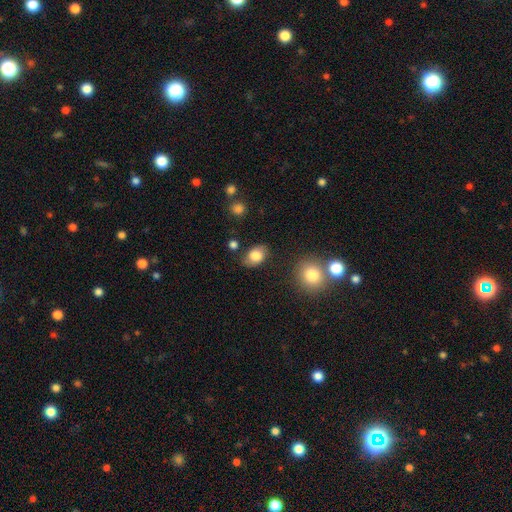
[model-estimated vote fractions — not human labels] A smooth galaxy with no disk features (80%) that is in between round and cigar-shaped (80%). Merging: none (79%).